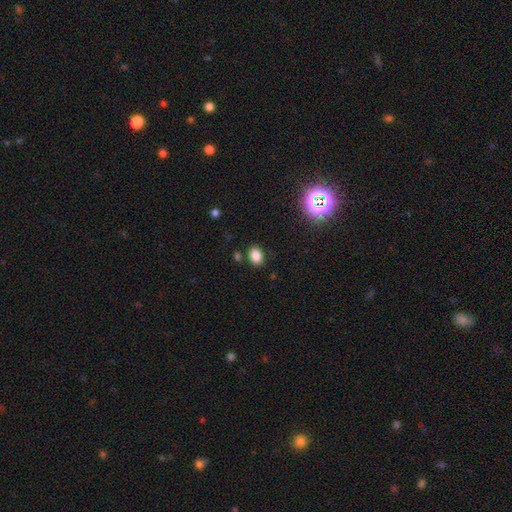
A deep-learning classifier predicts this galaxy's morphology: type=smooth (83%); roundness=in between (71%); merging=none (83%).